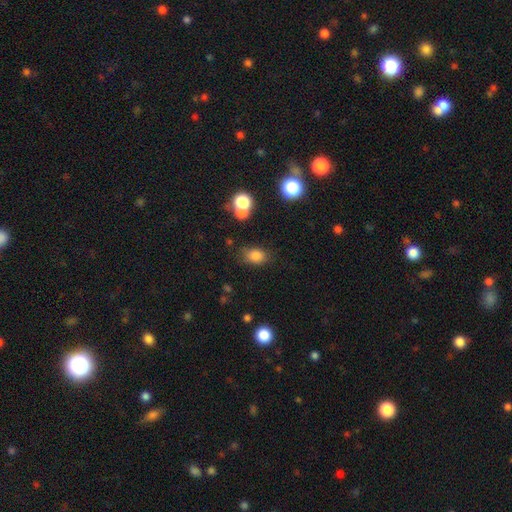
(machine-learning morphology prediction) Smooth or featured? Predicted: smooth (p=0.82). How rounded? Predicted: in between (p=0.72). Merging? Predicted: none (p=0.70).